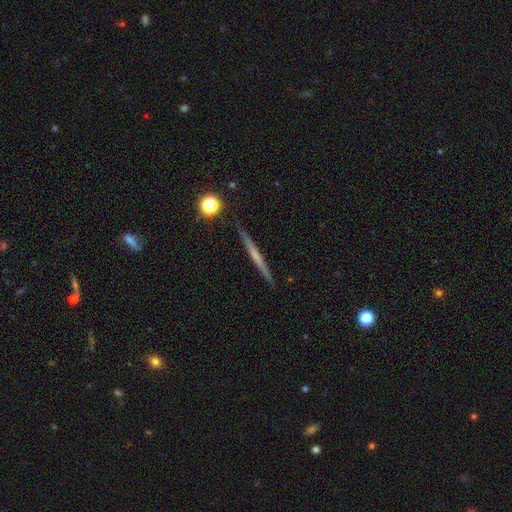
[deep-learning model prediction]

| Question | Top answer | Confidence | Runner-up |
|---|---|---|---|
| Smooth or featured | featured or disk | 55% | smooth (38%) |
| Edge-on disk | yes | 97% | no (3%) |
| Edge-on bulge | none | 79% | rounded (16%) |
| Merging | none | 91% | minor disturbance (6%) |